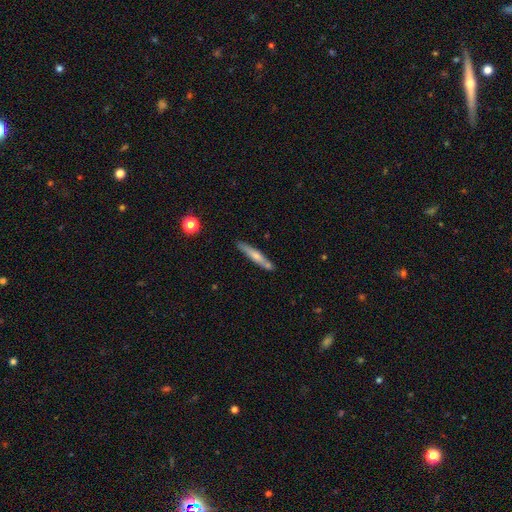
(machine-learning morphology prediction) A smooth galaxy with no disk features (57%) that is cigar-shaped (93%). Merging: none (75%).